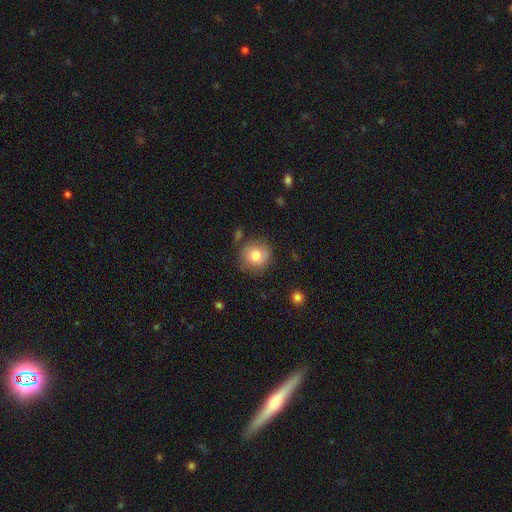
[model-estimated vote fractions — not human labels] A smooth galaxy with no disk features (77%) that is round (88%). Merging: none (75%).